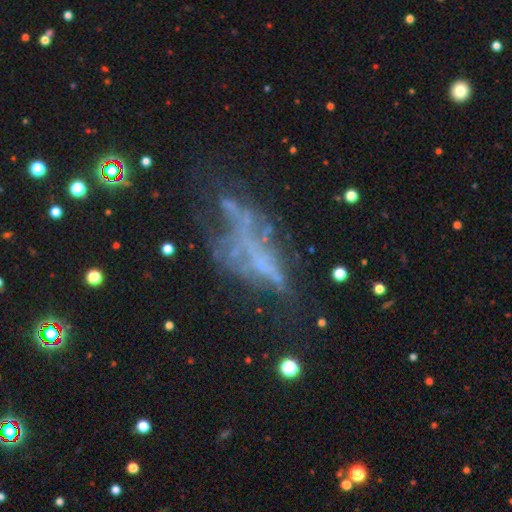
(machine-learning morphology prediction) type=featured or disk (54%); edge-on=no (75%); merging=none (37%).